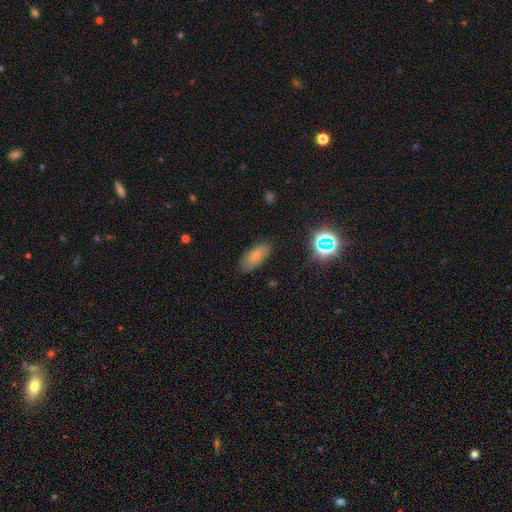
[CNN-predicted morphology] Overall: smooth (71%). How rounded: in between (88%). Merging: none (81%).